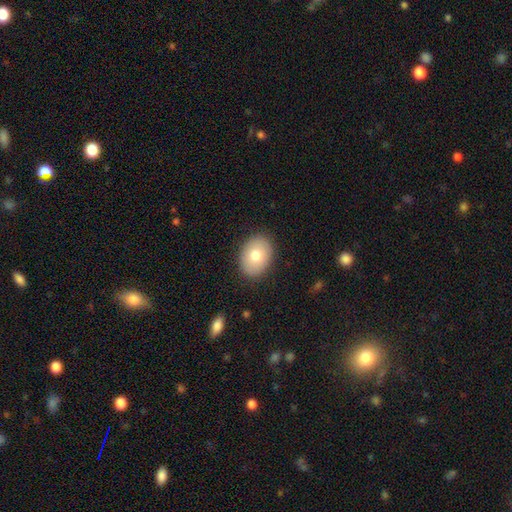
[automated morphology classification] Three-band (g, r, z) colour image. It shows a smooth galaxy with no disk features (77%) that is in between round and cigar-shaped (75%). Merging: none (88%).